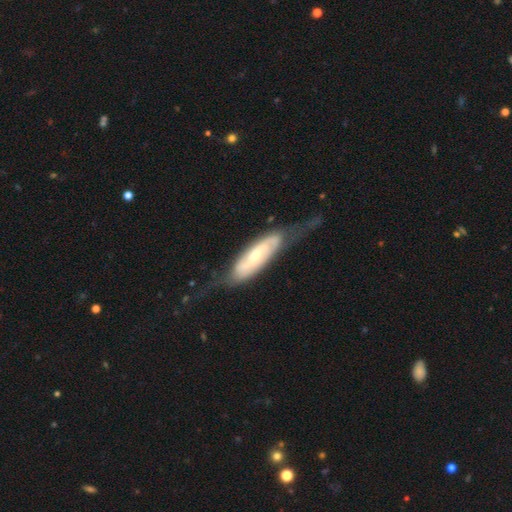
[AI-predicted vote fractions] Smooth or featured: featured or disk — 70% (smooth — 24%)
Edge-on disk: no — 78% (yes — 22%)
Bar: no — 50% (weak — 31%)
Spiral arms: yes — 83% (no — 17%)
Bulge size: small — 52% (moderate — 41%)
Merging: none — 50% (minor disturbance — 27%)